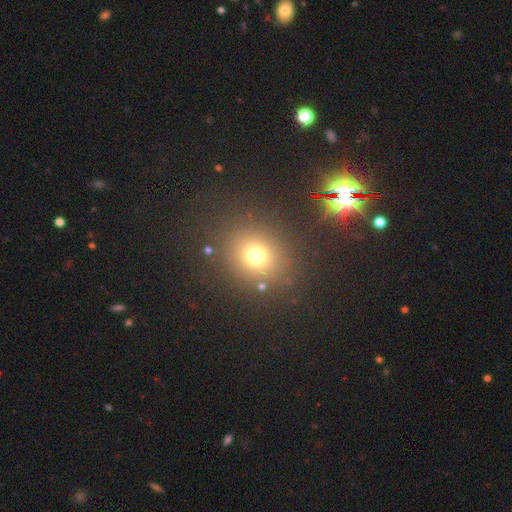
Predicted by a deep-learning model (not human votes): Morphology: type=smooth (70%); roundness=round (82%); merging=none (83%).